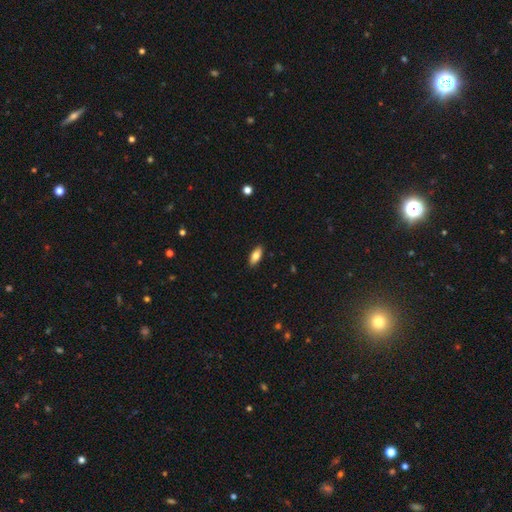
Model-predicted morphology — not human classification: type=smooth (80%); roundness=in between (85%); merging=none (89%).